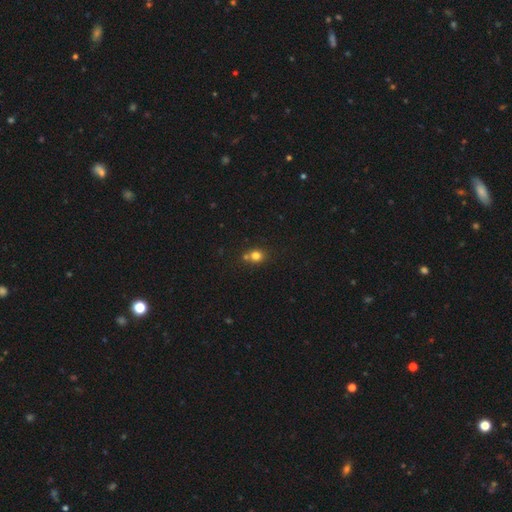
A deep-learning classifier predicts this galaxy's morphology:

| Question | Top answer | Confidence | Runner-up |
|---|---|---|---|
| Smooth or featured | smooth | 78% | star or artifact (14%) |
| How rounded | round | 76% | in between (23%) |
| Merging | none | 60% | merger (25%) |